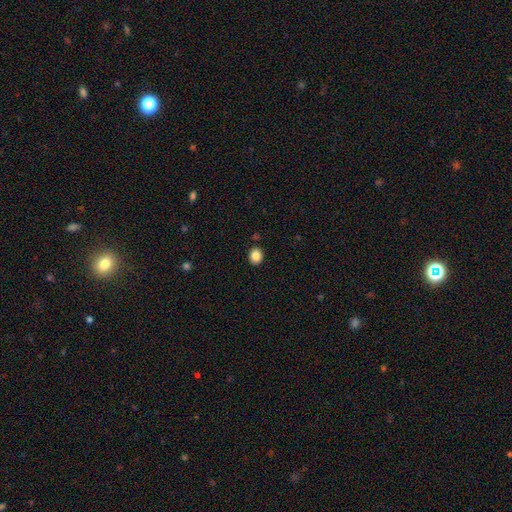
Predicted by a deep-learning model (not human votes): Smooth or featured?
  - smooth: 86% *
  - star or artifact: 10%
  - featured or disk: 5%
How rounded?
  - round: 63% *
  - in between: 36%
  - cigar-shaped: 1%
Merging?
  - none: 89% *
  - minor disturbance: 7%
  - merger: 2%
  - major disturbance: 2%